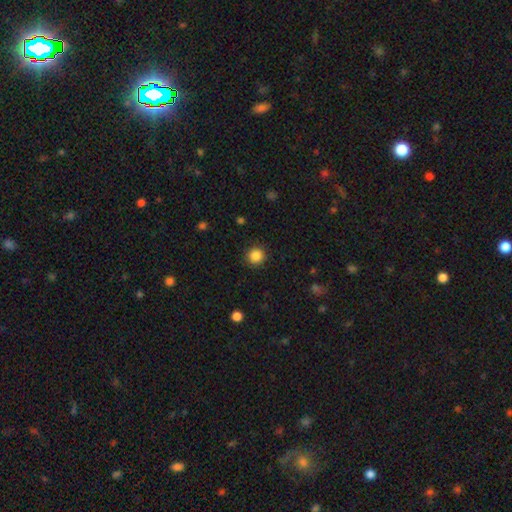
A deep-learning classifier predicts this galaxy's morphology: This is clearly a smooth galaxy (87%). How rounded: clearly round (94%). Merging: clearly none (91%).